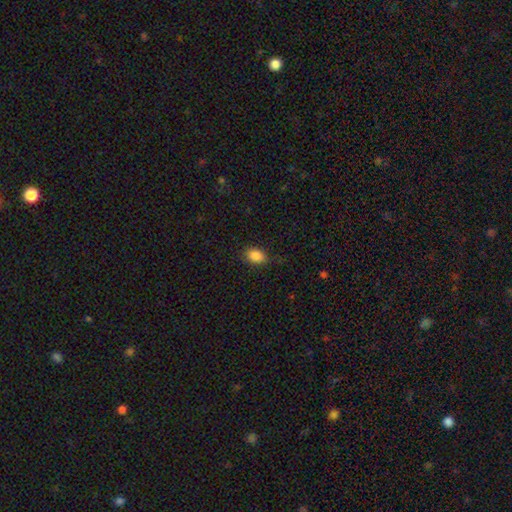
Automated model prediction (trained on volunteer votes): A smooth galaxy with no disk features (87%) that is in between round and cigar-shaped (81%).

Vote fractions:
- Smooth or featured? smooth: 87% / star or artifact: 9% / featured or disk: 4%
- How rounded? in between: 81% / round: 17% / cigar-shaped: 1%
- Merging? none: 81% / minor disturbance: 15% / major disturbance: 3% / merger: 1%